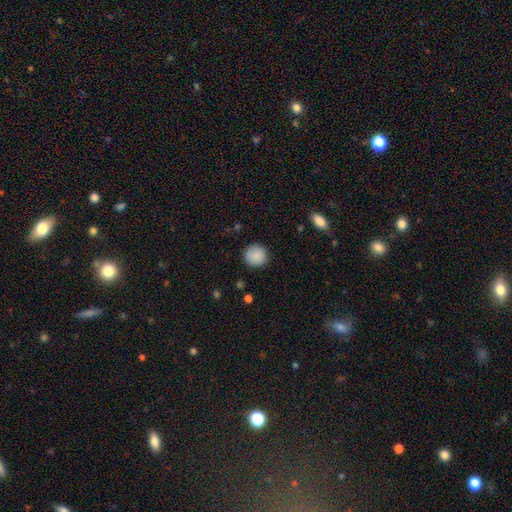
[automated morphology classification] Q: Smooth or featured?
A: smooth (88%); runner-up: star or artifact (8%)
Q: How rounded?
A: round (93%); runner-up: in between (6%)
Q: Merging?
A: none (89%); runner-up: minor disturbance (8%)